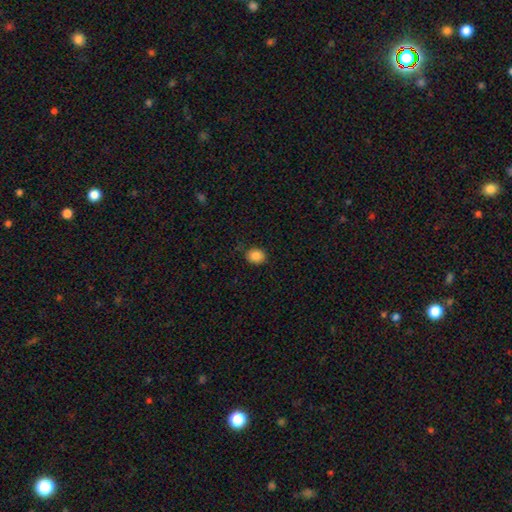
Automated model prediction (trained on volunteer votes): smooth_or_featured: smooth (p=0.86) [alt: star or artifact p=0.10]
how_rounded: round (p=0.62) [alt: in between p=0.37]
merging: none (p=0.85) [alt: minor disturbance p=0.11]